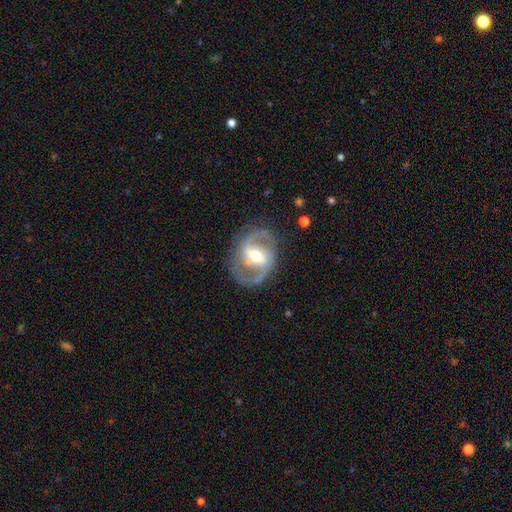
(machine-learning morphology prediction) smooth-or-featured: featured or disk: 87% | smooth: 8% | star or artifact: 5%
  disk-edge-on: no: 97% | yes: 3%
    bar: weak: 42% (tied) | strong: 42% (tied) | no: 16%
    has-spiral-arms: yes: 92% | no: 8%
      spiral-winding: medium: 57% | loose: 23% | tight: 21%
      spiral-arm-count: 2: 91% | can't tell: 4% | 1: 2% | 3: 2% | 4: 1% | more than 4: 1%
    bulge-size: moderate: 69% | small: 20% | large: 9% | none: 1% | dominant: 1%
  merging: none: 79% | minor disturbance: 13% | major disturbance: 7% | merger: 1%